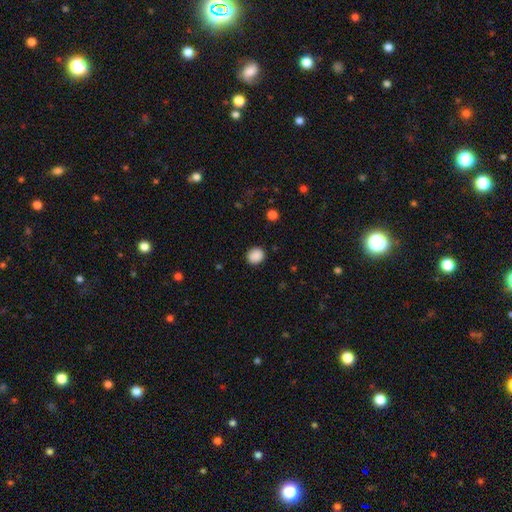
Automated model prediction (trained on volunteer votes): This appears to be a smooth galaxy with no disk features (89%) that is round (73%). Merging: none (89%).